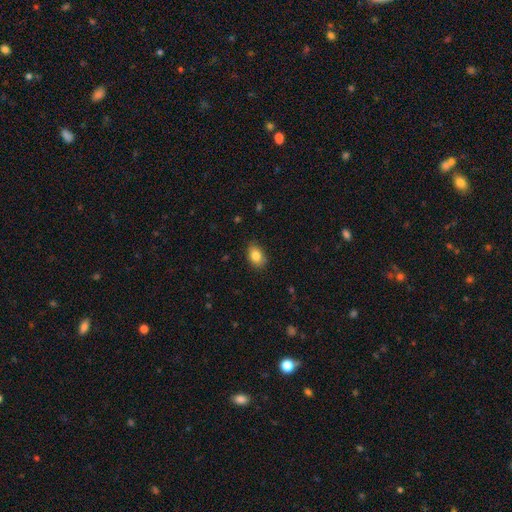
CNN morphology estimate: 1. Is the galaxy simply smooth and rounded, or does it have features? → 84% smooth, 8% star or artifact, 8% featured or disk.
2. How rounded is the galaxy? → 81% in between, 18% round, 1% cigar-shaped.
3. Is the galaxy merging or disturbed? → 83% none, 14% minor disturbance, 2% major disturbance, 1% merger.